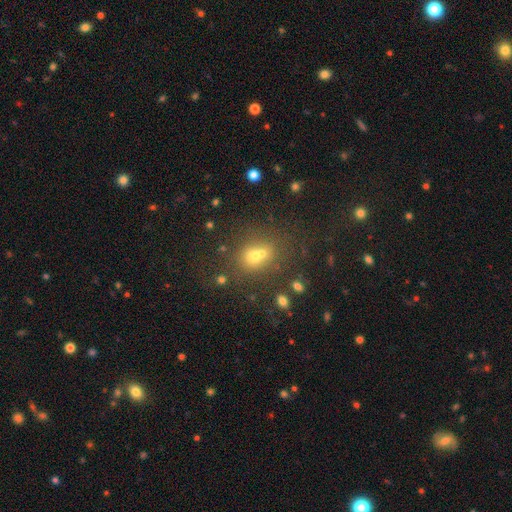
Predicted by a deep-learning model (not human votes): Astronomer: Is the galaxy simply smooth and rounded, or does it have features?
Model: smooth — 59%.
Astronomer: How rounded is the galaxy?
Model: in between — 66%.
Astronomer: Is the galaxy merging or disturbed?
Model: none — 66%.